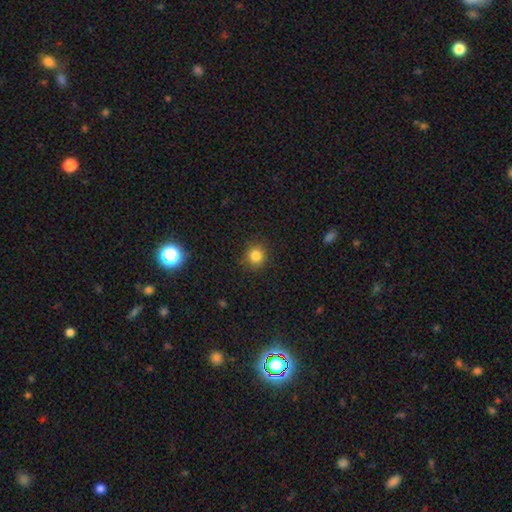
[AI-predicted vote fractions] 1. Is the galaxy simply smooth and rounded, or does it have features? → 83% smooth, 12% star or artifact, 5% featured or disk.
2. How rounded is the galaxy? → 91% round, 8% in between, 1% cigar-shaped.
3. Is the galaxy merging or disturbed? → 89% none, 7% minor disturbance, 2% major disturbance, 1% merger.